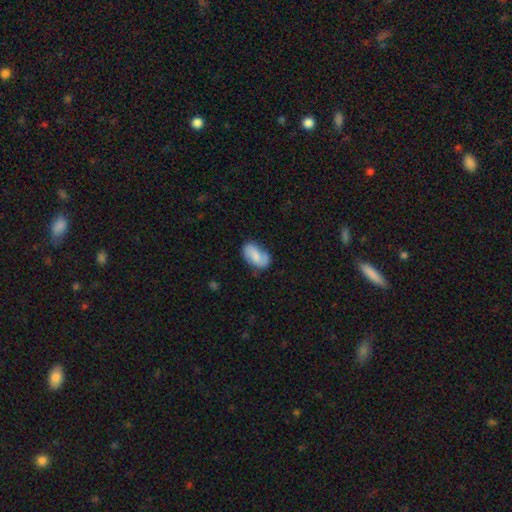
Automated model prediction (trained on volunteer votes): Smooth or featured? Predicted: smooth (p=0.50). Merging? Predicted: none (p=0.66).